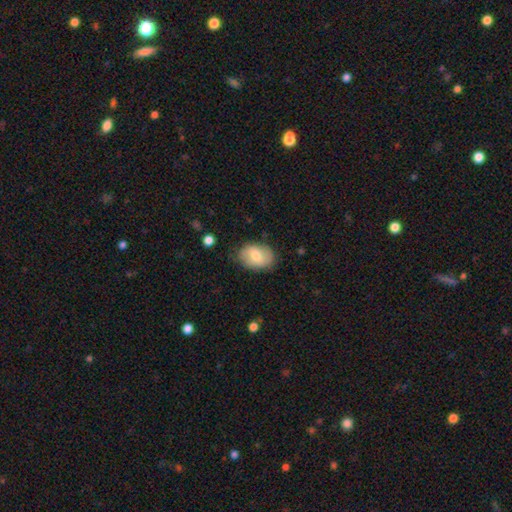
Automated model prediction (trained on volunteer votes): The model was most divided on "smooth or featured": smooth: 70%, featured or disk: 24%, star or artifact: 7%. More confident: how rounded — in between (81%); merging — none (78%).